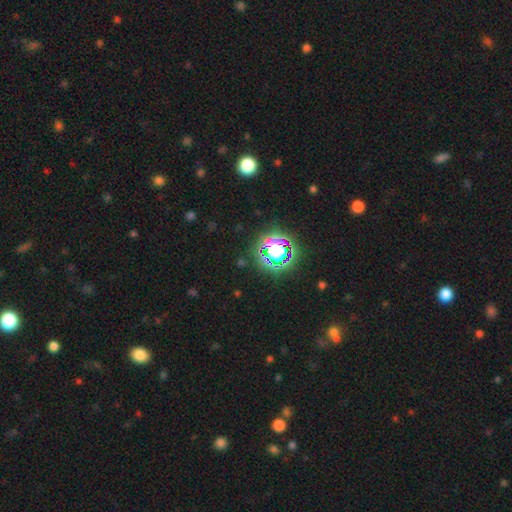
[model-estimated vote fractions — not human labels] A star or artifact, not a galaxy (80%).